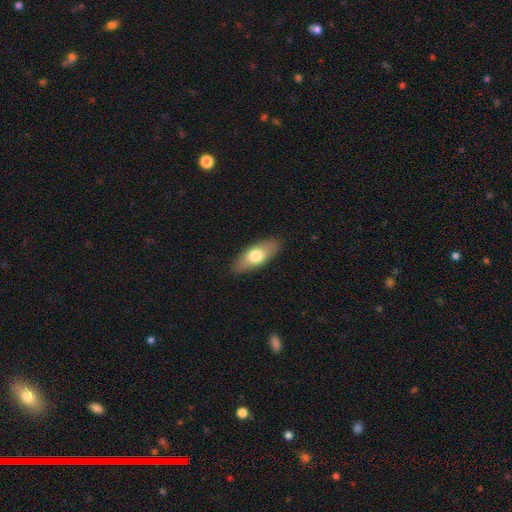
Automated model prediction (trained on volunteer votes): Smooth or featured? smooth (69%)
How rounded? in between (76%)
Merging? none (88%)